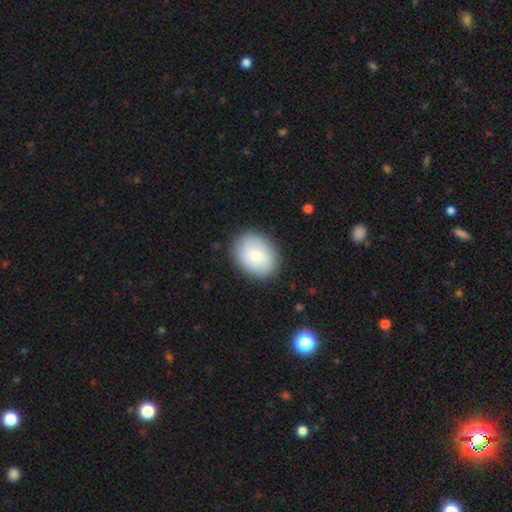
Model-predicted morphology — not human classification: smooth-or-featured: smooth: 82% | featured or disk: 12% | star or artifact: 6%
  how-rounded: in between: 58% | round: 42% | cigar-shaped: 1%
  merging: none: 87% | minor disturbance: 9% | major disturbance: 3% | merger: 1%